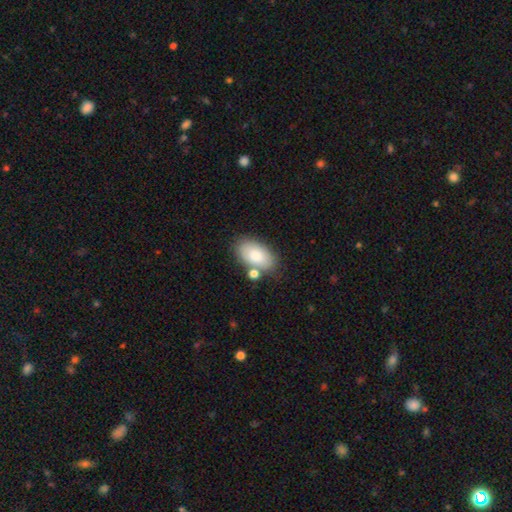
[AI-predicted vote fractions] Smooth or featured?
  - smooth: 80% *
  - featured or disk: 13%
  - star or artifact: 7%
How rounded?
  - in between: 94% *
  - round: 4%
  - cigar-shaped: 2%
Merging?
  - none: 68% *
  - minor disturbance: 15%
  - merger: 13%
  - major disturbance: 4%